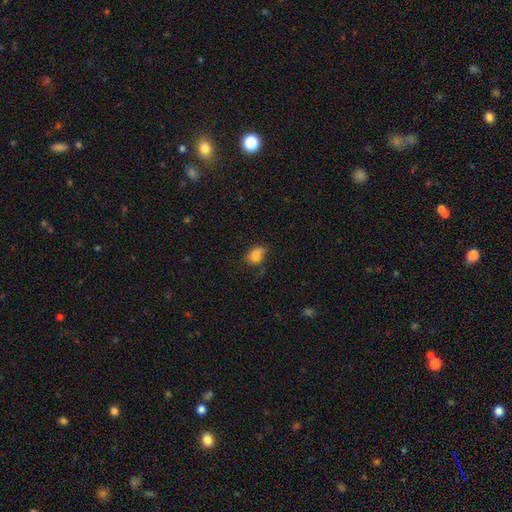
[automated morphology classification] smooth_or_featured: smooth (p=0.77) [alt: featured or disk p=0.12]
how_rounded: in between (p=0.80) [alt: round p=0.18]
merging: none (p=0.44) [alt: minor disturbance p=0.34]